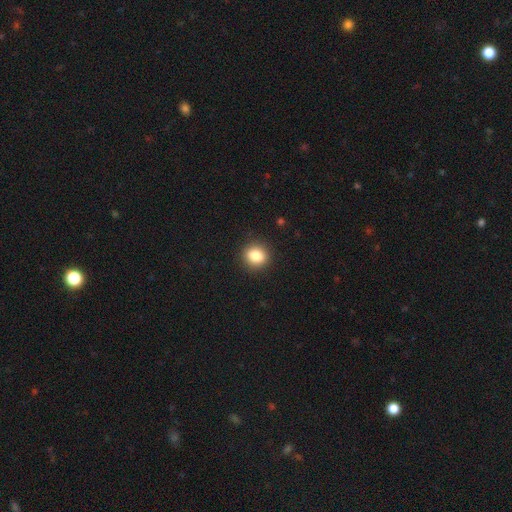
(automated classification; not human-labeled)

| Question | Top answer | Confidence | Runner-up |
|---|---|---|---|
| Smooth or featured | smooth | 84% | star or artifact (10%) |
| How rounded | round | 72% | in between (27%) |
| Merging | none | 90% | minor disturbance (7%) |